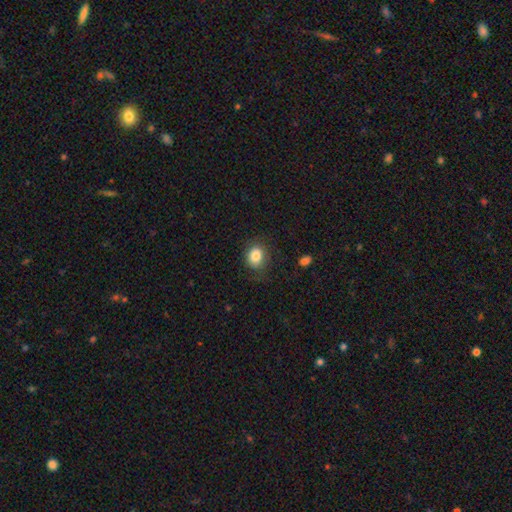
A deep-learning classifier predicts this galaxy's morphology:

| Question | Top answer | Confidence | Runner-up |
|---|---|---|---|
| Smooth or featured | smooth | 84% | star or artifact (9%) |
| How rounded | round | 55% | in between (44%) |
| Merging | none | 74% | minor disturbance (18%) |